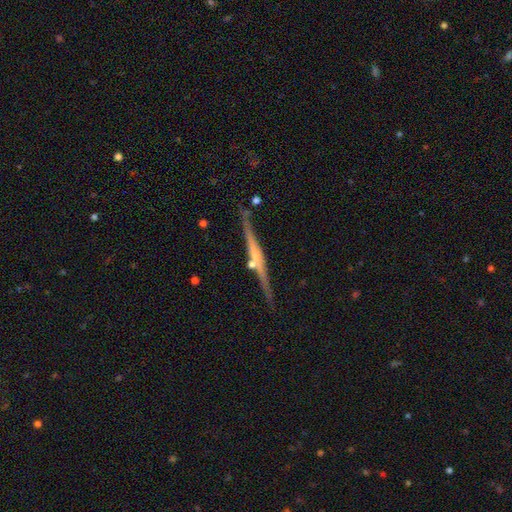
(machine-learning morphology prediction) A featured or disk galaxy (76%) viewed edge-on (97%) with a rounded central bulge (56%).

Vote fractions:
- Smooth or featured? featured or disk: 76% / smooth: 17% / star or artifact: 7%
- Edge-on disk? yes: 97% / no: 3%
- Edge-on bulge? rounded: 56% / none: 32% / boxy: 13%
- Merging? none: 80% / minor disturbance: 11% / merger: 6% / major disturbance: 3%